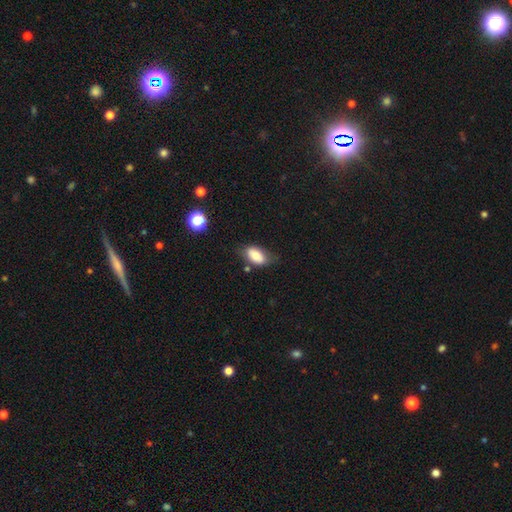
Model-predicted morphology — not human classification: Overall: smooth (78%). How rounded: in between (91%). Merging: none (60%; minor disturbance 27%).